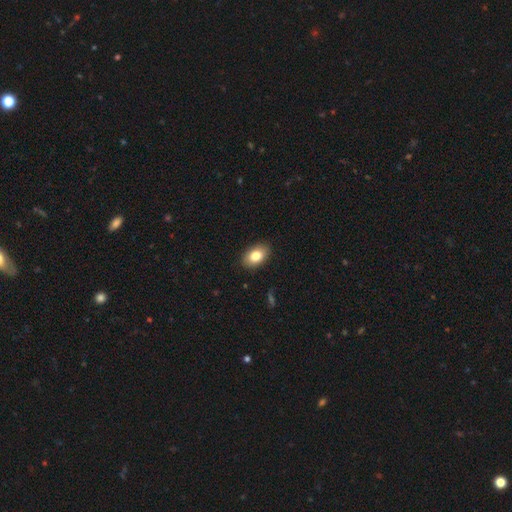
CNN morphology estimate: Q: Smooth or featured?
A: smooth (83%); runner-up: featured or disk (10%)
Q: How rounded?
A: in between (89%); runner-up: round (10%)
Q: Merging?
A: none (88%); runner-up: minor disturbance (9%)